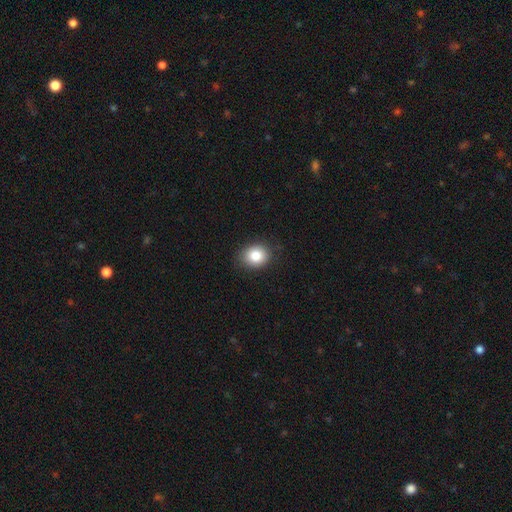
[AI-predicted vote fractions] smooth_or_featured: smooth (p=0.83) [alt: star or artifact p=0.09]
how_rounded: round (p=0.58) [alt: in between p=0.41]
merging: none (p=0.86) [alt: minor disturbance p=0.11]